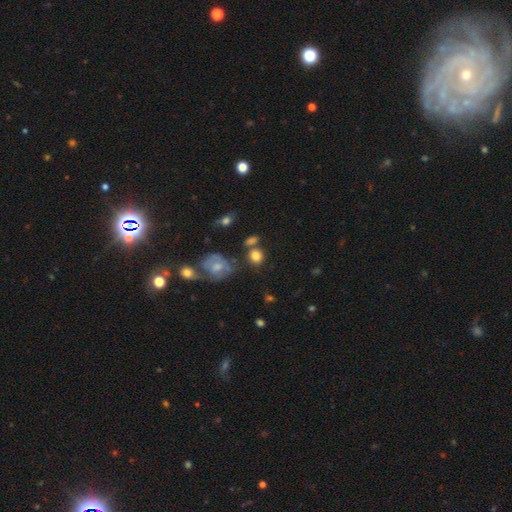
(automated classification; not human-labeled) Smooth or featured? smooth (80%)
How rounded? round (73%)
Merging? none (61%)